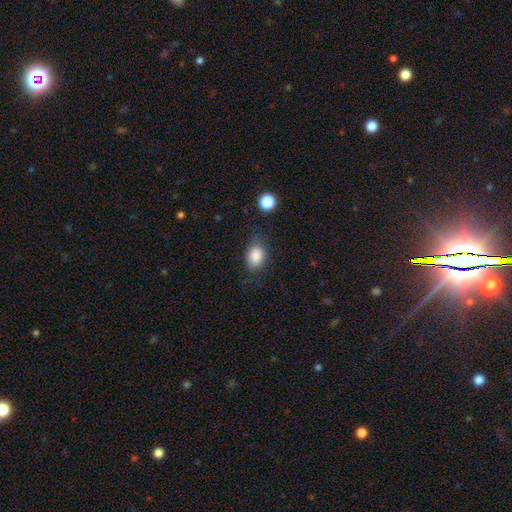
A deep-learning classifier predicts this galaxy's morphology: smooth_or_featured: smooth (p=0.85) [alt: star or artifact p=0.09]
how_rounded: in between (p=0.75) [alt: round p=0.23]
merging: none (p=0.68) [alt: minor disturbance p=0.22]